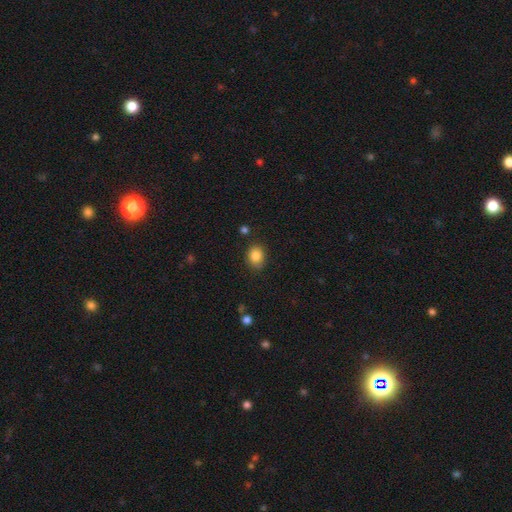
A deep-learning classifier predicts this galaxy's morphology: Smooth or featured?
  - smooth: 86% *
  - star or artifact: 9%
  - featured or disk: 5%
How rounded?
  - round: 53% *
  - in between: 46%
  - cigar-shaped: 1%
Merging?
  - none: 81% *
  - minor disturbance: 14%
  - major disturbance: 3%
  - merger: 2%